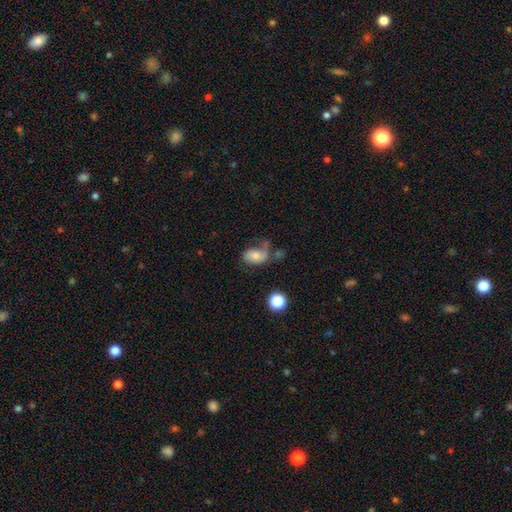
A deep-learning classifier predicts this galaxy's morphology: type=smooth (63%); roundness=in between (83%); merging=none (37%).